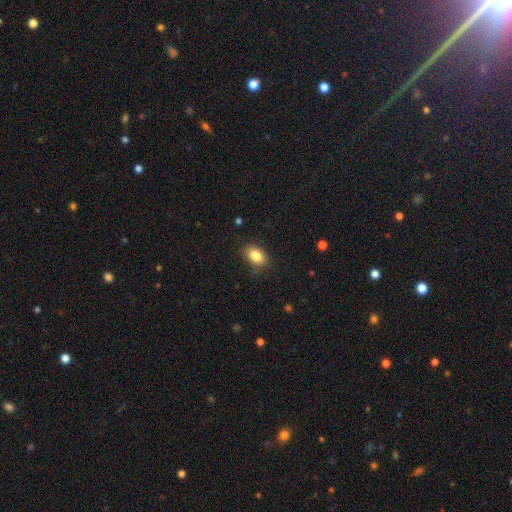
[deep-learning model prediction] Smooth or featured: smooth — 84% (star or artifact — 9%)
How rounded: in between — 83% (round — 16%)
Merging: none — 82% (minor disturbance — 13%)